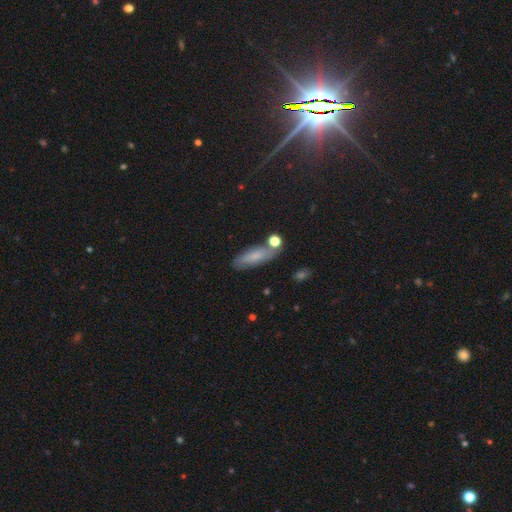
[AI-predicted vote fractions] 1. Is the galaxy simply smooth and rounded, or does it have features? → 68% smooth, 21% featured or disk, 11% star or artifact.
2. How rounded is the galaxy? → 56% in between, 40% cigar-shaped, 4% round.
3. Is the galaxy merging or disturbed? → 73% none, 16% minor disturbance, 7% merger, 4% major disturbance.